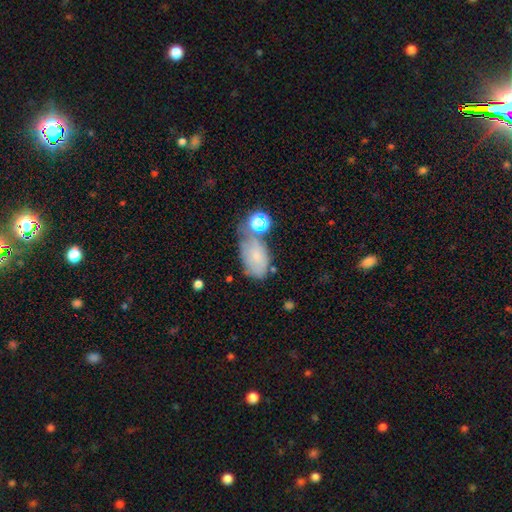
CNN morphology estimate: This is likely a smooth galaxy (65%). How rounded: clearly in between (89%). Merging: marginally none (39%).